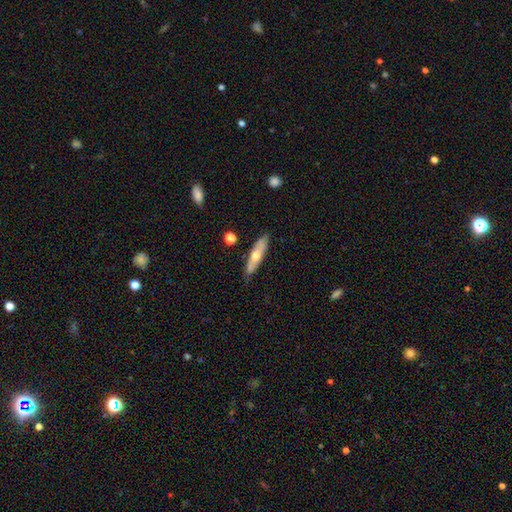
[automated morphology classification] type=smooth (52%); roundness=cigar-shaped (71%); merging=none (81%).